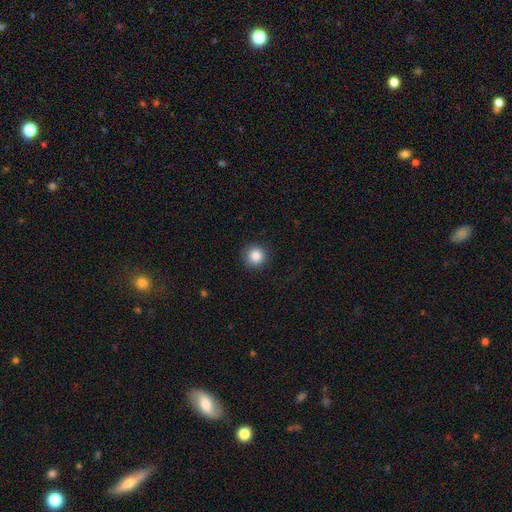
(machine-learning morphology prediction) smooth 86%, star or artifact 10%, featured or disk 4%. Down the decision tree: how rounded — round (95%); merging — none (90%).